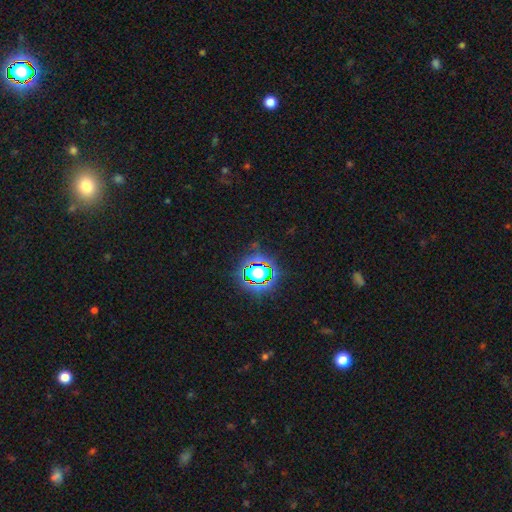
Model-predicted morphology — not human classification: star or artifact 80%, smooth 13%, featured or disk 8%.